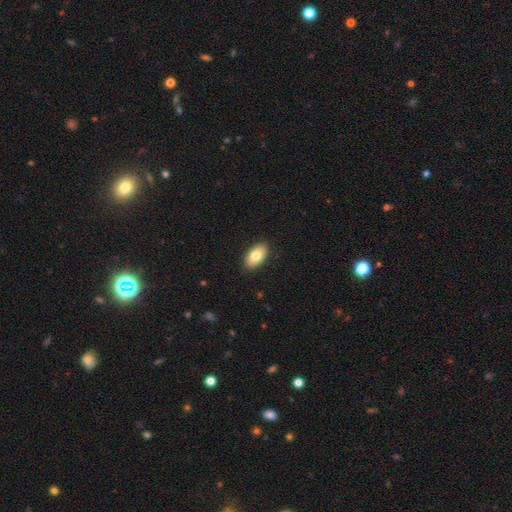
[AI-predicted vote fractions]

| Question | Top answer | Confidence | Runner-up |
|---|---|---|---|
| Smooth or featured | smooth | 80% | featured or disk (14%) |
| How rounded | in between | 94% | round (4%) |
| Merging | none | 89% | minor disturbance (8%) |